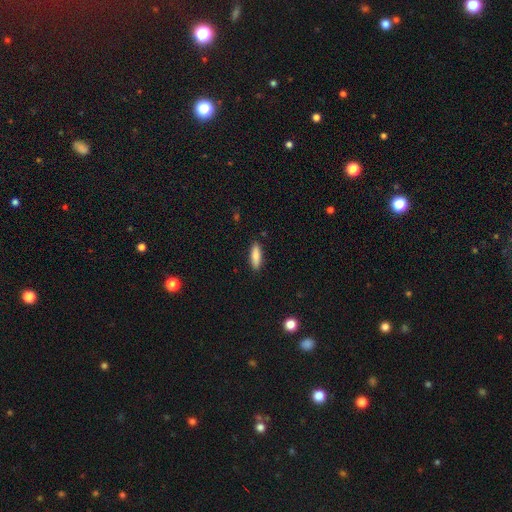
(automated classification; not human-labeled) This is clearly a smooth galaxy (86%). How rounded: possibly cigar-shaped (52%). Merging: clearly none (88%).